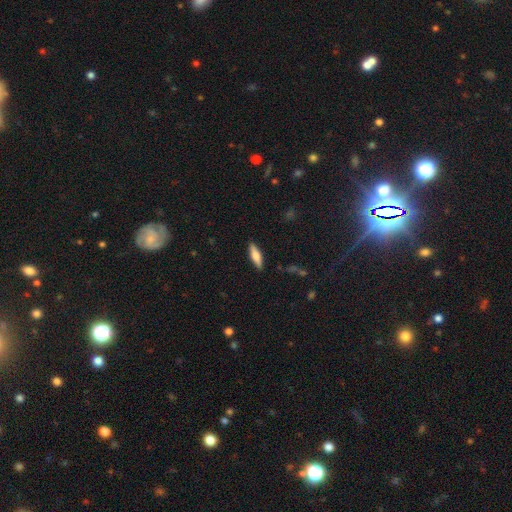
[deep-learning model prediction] This appears to be a smooth galaxy with no disk features (62%) that is cigar-shaped (54%). Merging: none (88%).